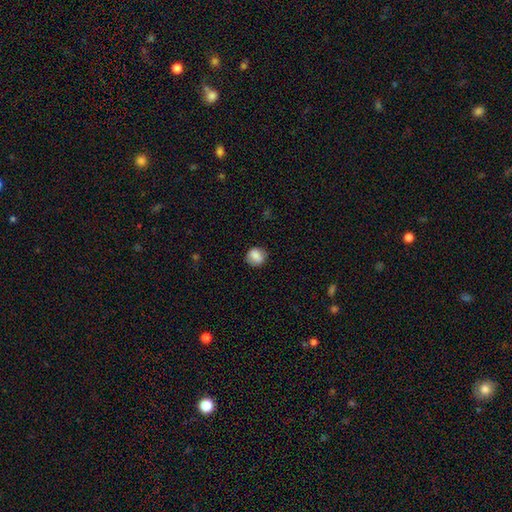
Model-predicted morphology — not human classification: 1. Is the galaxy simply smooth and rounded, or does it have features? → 83% smooth, 9% featured or disk, 9% star or artifact.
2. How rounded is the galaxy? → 76% round, 23% in between, 1% cigar-shaped.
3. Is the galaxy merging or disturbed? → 82% none, 13% minor disturbance, 4% major disturbance, 1% merger.